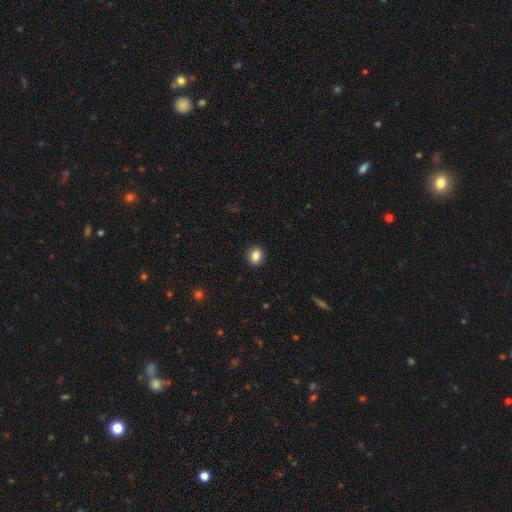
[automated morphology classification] Smooth or featured: smooth — 84% (star or artifact — 9%)
How rounded: round — 62% (in between — 37%)
Merging: none — 90% (minor disturbance — 7%)